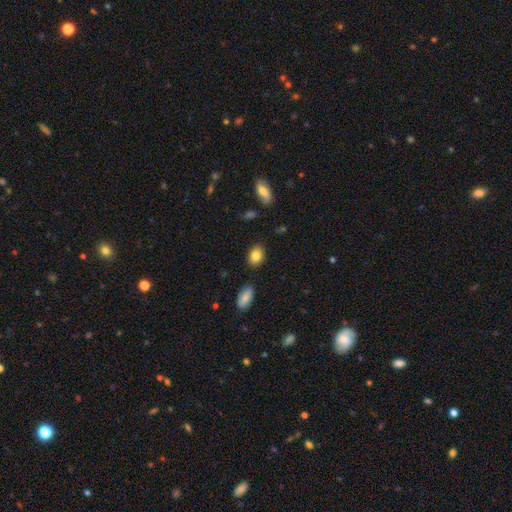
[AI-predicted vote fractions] The model was most divided on "how rounded": in between: 78%, round: 20%, cigar-shaped: 1%. More confident: merging — none (85%); smooth or featured — smooth (83%).